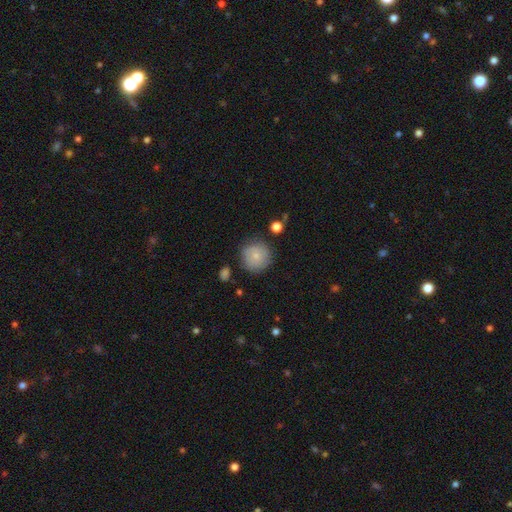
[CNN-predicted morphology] This is likely a smooth galaxy (75%). How rounded: clearly round (93%). Merging: likely none (79%).